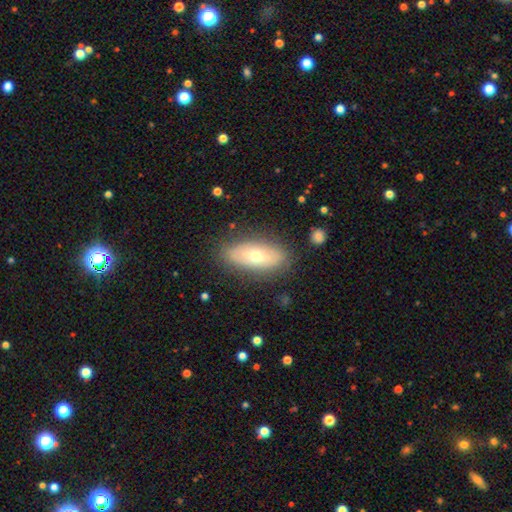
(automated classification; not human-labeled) Smooth or featured?
  - smooth: 55% *
  - featured or disk: 37%
  - star or artifact: 7%
How rounded?
  - in between: 80% *
  - cigar-shaped: 16%
  - round: 4%
Merging?
  - none: 83% *
  - minor disturbance: 12%
  - major disturbance: 3%
  - merger: 1%